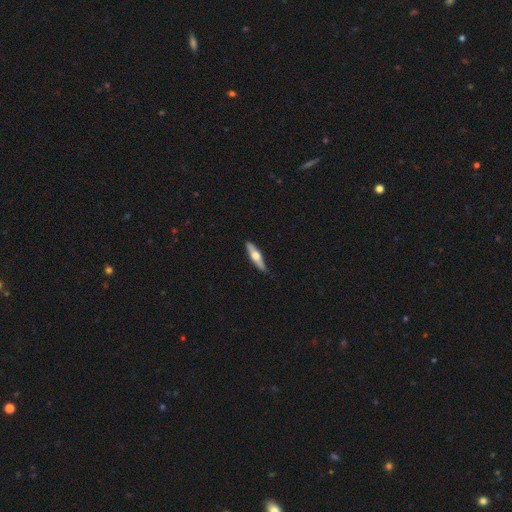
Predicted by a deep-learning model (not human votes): smooth_or_featured: featured or disk (p=0.55) [alt: smooth p=0.40]
disk_edge_on: yes (p=0.93) [alt: no p=0.07]
edge_on_bulge: rounded (p=0.93) [alt: boxy p=0.04]
merging: none (p=0.88) [alt: minor disturbance p=0.10]